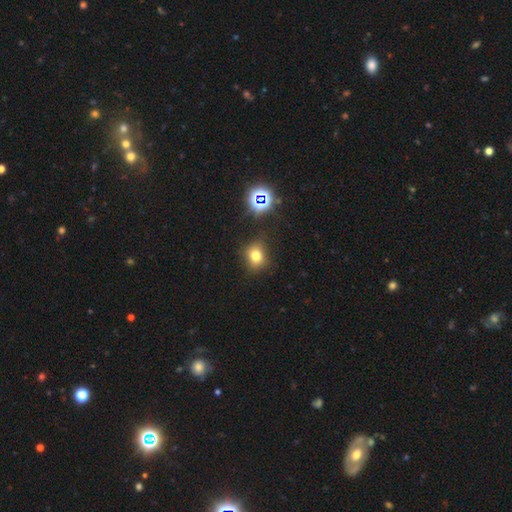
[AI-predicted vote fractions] Smooth or featured? Predicted: smooth (p=0.72). How rounded? Predicted: round (p=0.66). Merging? Predicted: none (p=0.82).